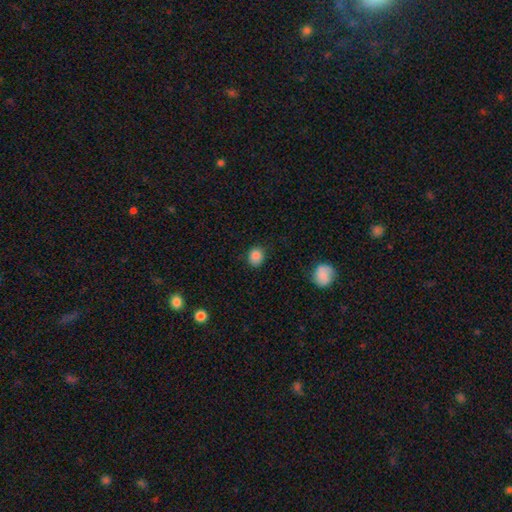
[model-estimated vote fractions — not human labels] Smooth or featured? Predicted: smooth (p=0.86). How rounded? Predicted: round (p=0.67). Merging? Predicted: none (p=0.83).